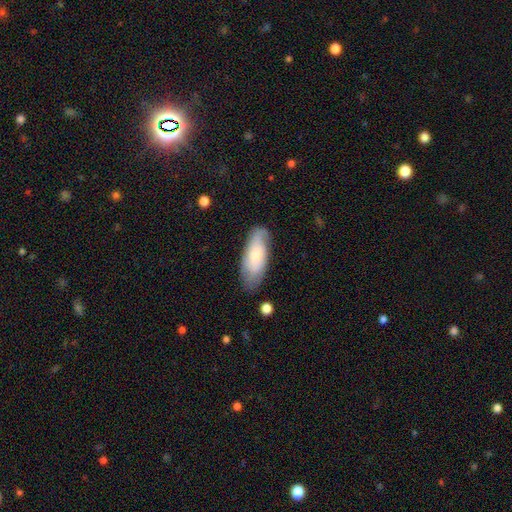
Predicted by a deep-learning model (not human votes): Q: Smooth or featured?
A: smooth (55%); runner-up: featured or disk (38%)
Q: How rounded?
A: in between (79%); runner-up: cigar-shaped (19%)
Q: Merging?
A: none (71%); runner-up: minor disturbance (21%)